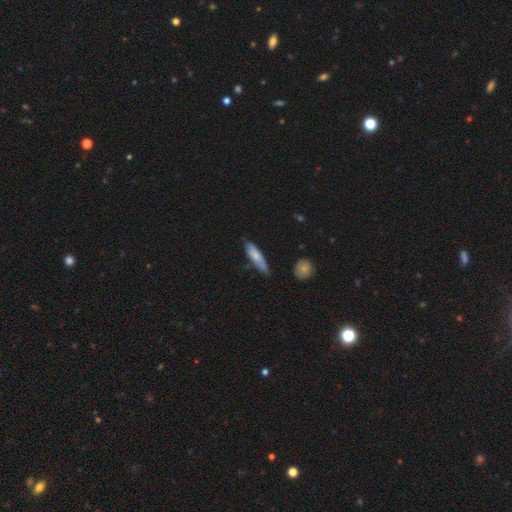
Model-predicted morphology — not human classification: The model was most divided on "how rounded": cigar-shaped: 67%, in between: 32%, round: 2%. More confident: smooth or featured — smooth (71%); merging — none (66%).